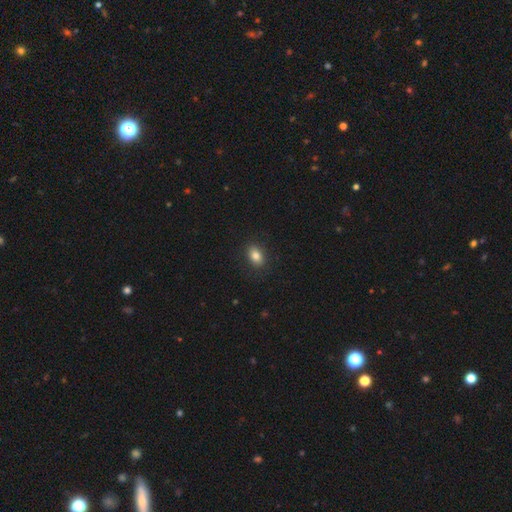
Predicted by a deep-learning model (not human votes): Overall: smooth (84%). How rounded: in between (81%). Merging: none (88%).